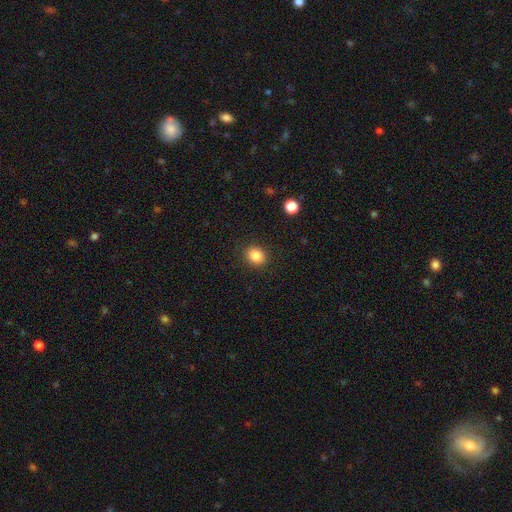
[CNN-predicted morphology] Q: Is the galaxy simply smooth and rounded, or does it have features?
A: smooth — 85%.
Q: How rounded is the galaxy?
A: round — 64%.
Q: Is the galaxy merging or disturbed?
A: none — 89%.